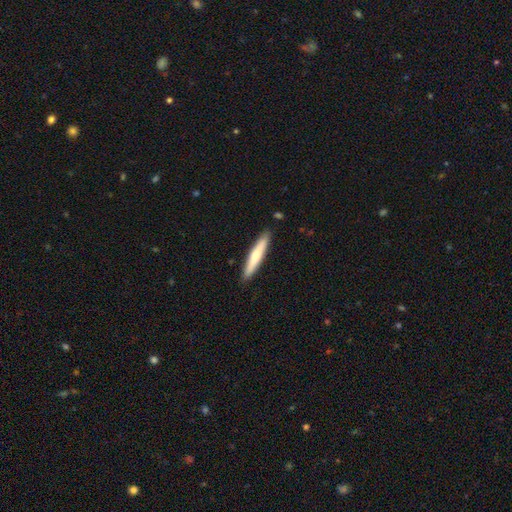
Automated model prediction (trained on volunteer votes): A smooth galaxy with no disk features (62%) that is cigar-shaped (92%). Merging: none (89%).